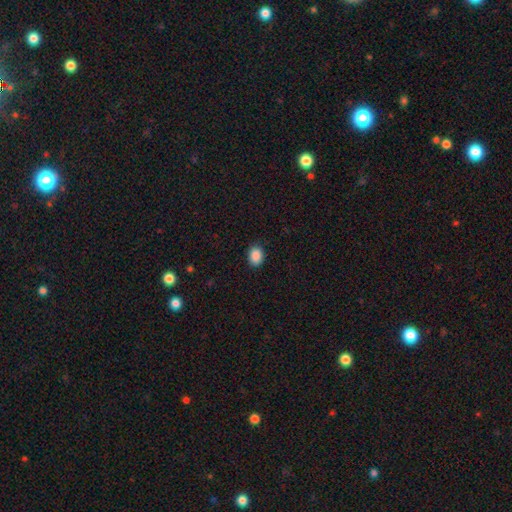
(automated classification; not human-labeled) Smooth or featured? smooth (89%)
How rounded? in between (69%)
Merging? none (89%)